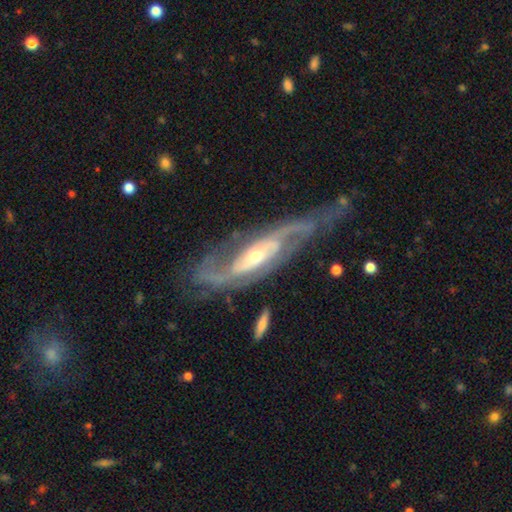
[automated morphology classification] featured or disk 90%, smooth 5%, star or artifact 5%. Down the decision tree: edge-on disk — no (88%); bar — no (42%); spiral arms — yes (96%); spiral arm count — 2 (74%); spiral winding — medium (46%); bulge size — small (48%); merging — none (65%).